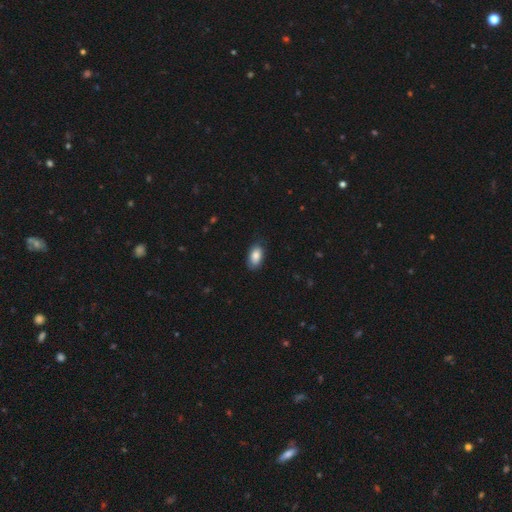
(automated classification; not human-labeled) A smooth galaxy with no disk features (85%) that is in between round and cigar-shaped (93%). Merging: none (79%).